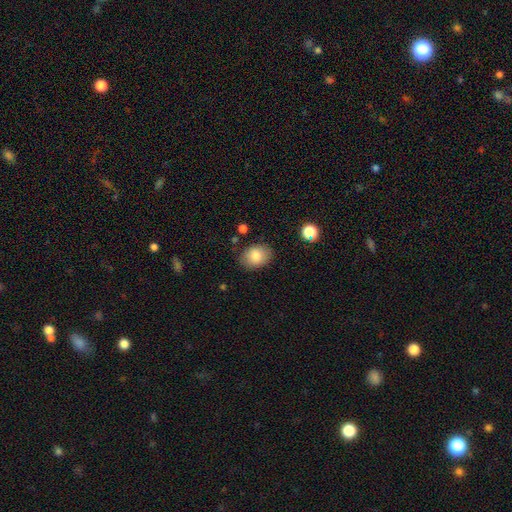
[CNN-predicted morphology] Smooth or featured? Predicted: smooth (p=0.82). How rounded? Predicted: in between (p=0.63). Merging? Predicted: none (p=0.83).